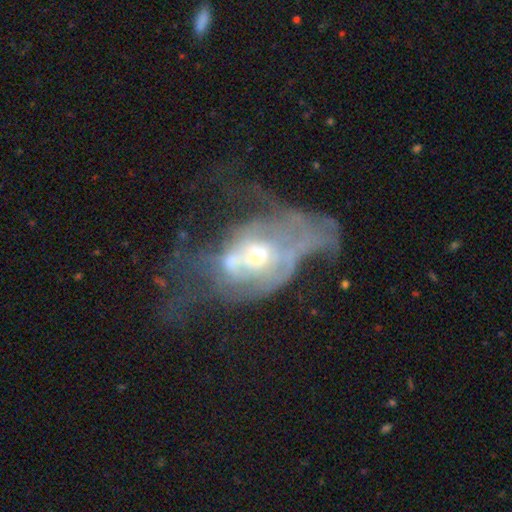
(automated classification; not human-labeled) A featured or disk galaxy (69%) with no bar (77%), no spiral arms (60%) and a moderate central bulge (60%).

Vote fractions:
- Smooth or featured? featured or disk: 69% / smooth: 21% / star or artifact: 10%
- Edge-on disk? no: 95% / yes: 5%
- Bar? no: 77% / weak: 18% / strong: 5%
- Spiral arms? no: 60% / yes: 40%
- Bulge size? moderate: 60% / small: 23% / large: 12% / none: 3% / dominant: 2%
- Merging? major disturbance: 57% / merger: 21% / none: 12% / minor disturbance: 10%